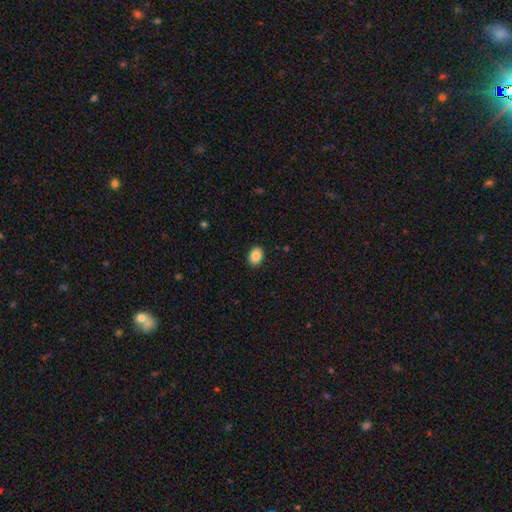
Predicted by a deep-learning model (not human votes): Smooth or featured: smooth — 87% (star or artifact — 8%)
How rounded: in between — 69% (round — 30%)
Merging: none — 90% (minor disturbance — 7%)